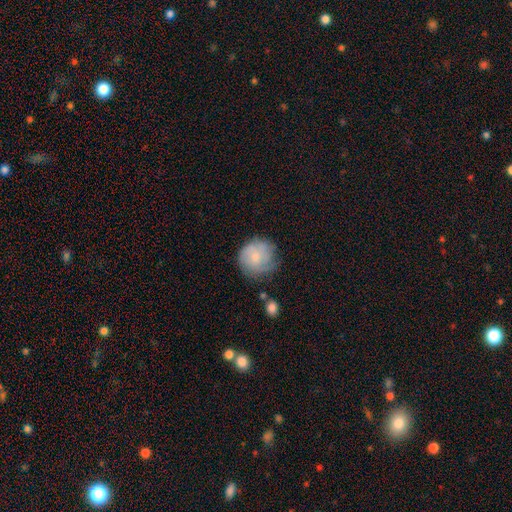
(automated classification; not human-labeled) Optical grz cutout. It shows a smooth galaxy with no disk features (63%) that is round (90%). Merging: none (62%).